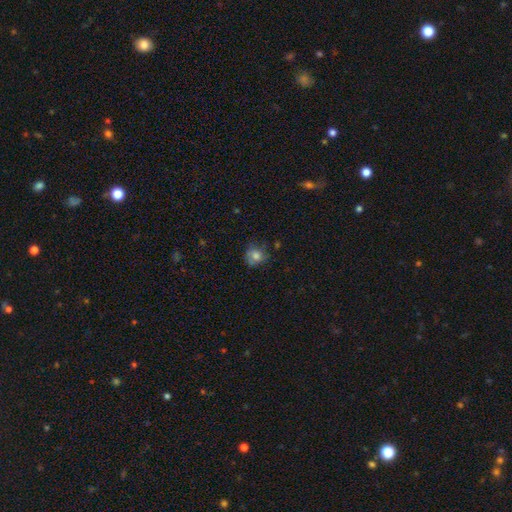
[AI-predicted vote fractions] smooth 76%, featured or disk 13%, star or artifact 11%. Down the decision tree: how rounded — round (76%); merging — none (61%).